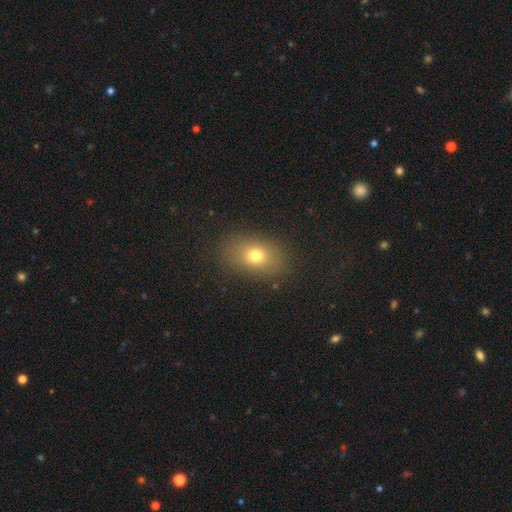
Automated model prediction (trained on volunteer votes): Overall: smooth (73%). How rounded: in between (75%). Merging: none (84%).